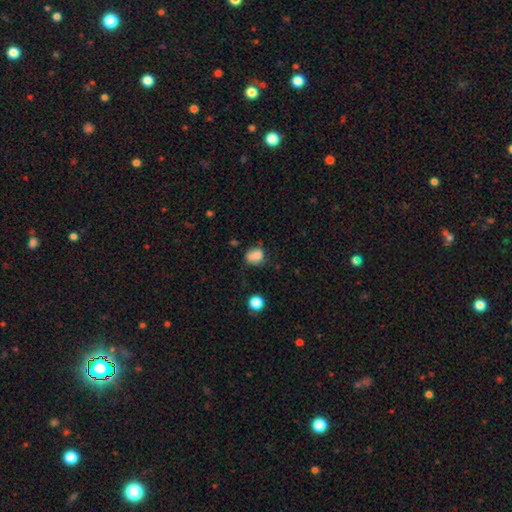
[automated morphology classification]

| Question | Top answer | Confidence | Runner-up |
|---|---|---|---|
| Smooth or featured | smooth | 76% | featured or disk (12%) |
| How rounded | round | 57% | in between (42%) |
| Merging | none | 44% | minor disturbance (26%) |